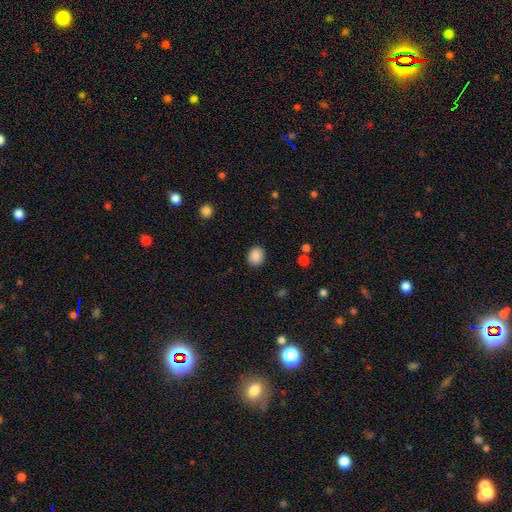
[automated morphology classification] Q: Smooth or featured?
A: smooth (88%); runner-up: star or artifact (8%)
Q: How rounded?
A: round (64%); runner-up: in between (36%)
Q: Merging?
A: none (89%); runner-up: minor disturbance (7%)